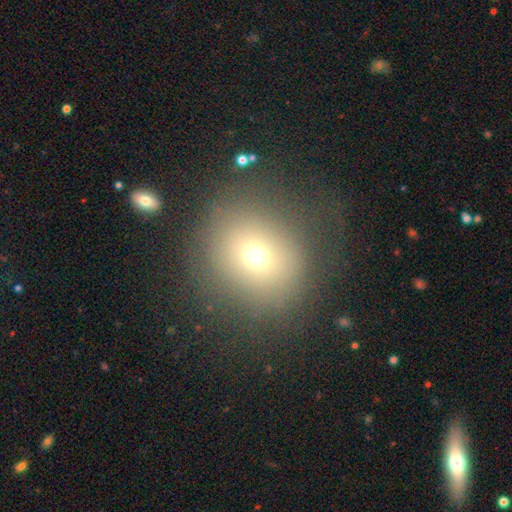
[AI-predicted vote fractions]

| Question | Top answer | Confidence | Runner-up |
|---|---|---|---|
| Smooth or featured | smooth | 66% | star or artifact (19%) |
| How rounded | round | 85% | in between (14%) |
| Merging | none | 70% | minor disturbance (15%) |